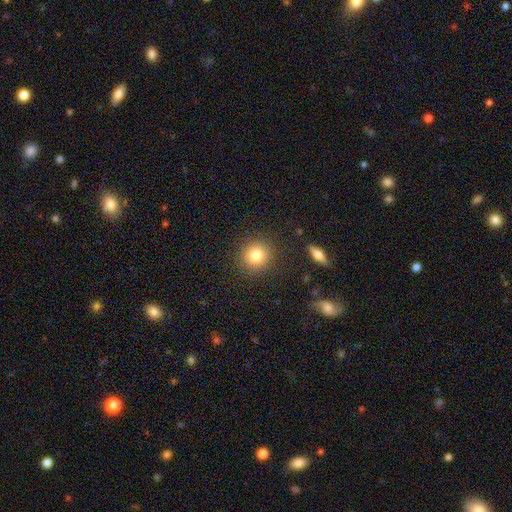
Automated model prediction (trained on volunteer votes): Q: Smooth or featured?
A: smooth (82%); runner-up: star or artifact (11%)
Q: How rounded?
A: round (92%); runner-up: in between (7%)
Q: Merging?
A: none (89%); runner-up: minor disturbance (7%)